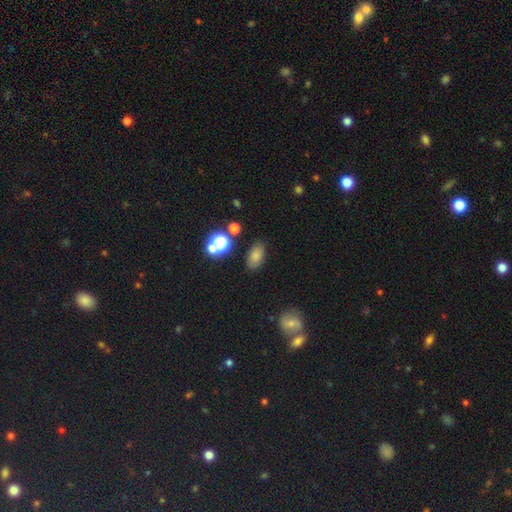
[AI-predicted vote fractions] Smooth or featured: smooth — 75% (star or artifact — 15%)
How rounded: in between — 88% (round — 9%)
Merging: none — 80% (minor disturbance — 12%)